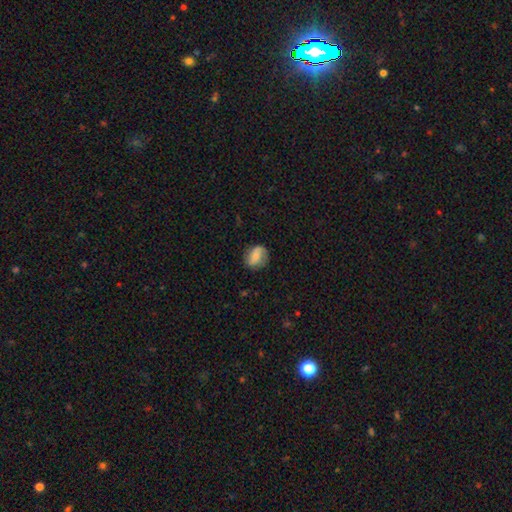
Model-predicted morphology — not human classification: Smooth or featured? Predicted: smooth (p=0.54). How rounded? Predicted: round (p=0.49, tied with in between). Merging? Predicted: none (p=0.72).